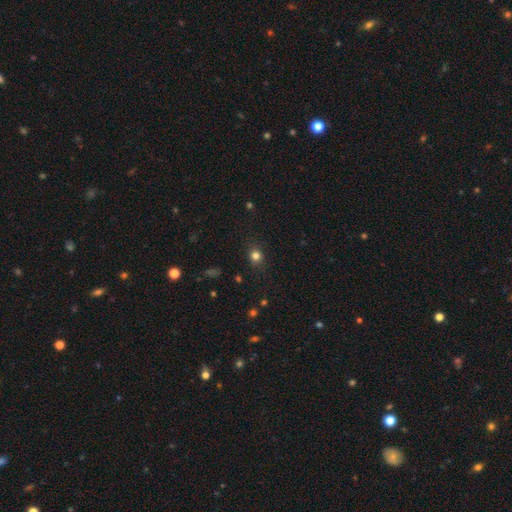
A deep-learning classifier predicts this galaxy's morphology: Q: Smooth or featured?
A: smooth (79%); runner-up: star or artifact (15%)
Q: How rounded?
A: round (74%); runner-up: in between (25%)
Q: Merging?
A: none (84%); runner-up: minor disturbance (11%)